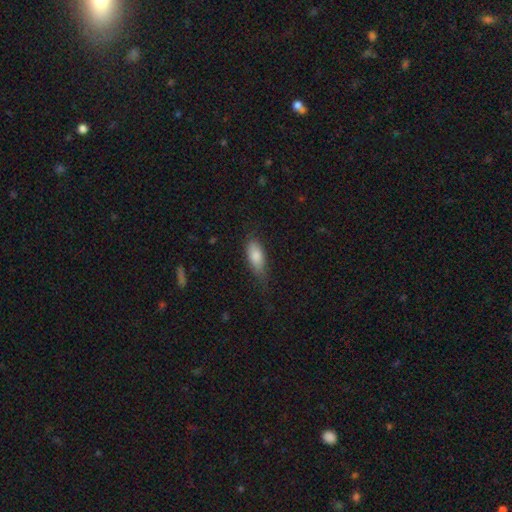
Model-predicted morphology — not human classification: type=smooth (80%); roundness=in between (75%); merging=none (61%).